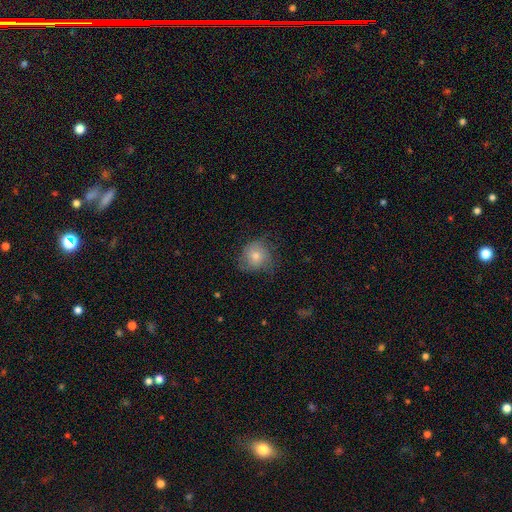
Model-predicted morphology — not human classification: smooth_or_featured: smooth (p=0.61) [alt: featured or disk p=0.28]
how_rounded: round (p=0.83) [alt: in between p=0.16]
merging: none (p=0.62) [alt: minor disturbance p=0.25]